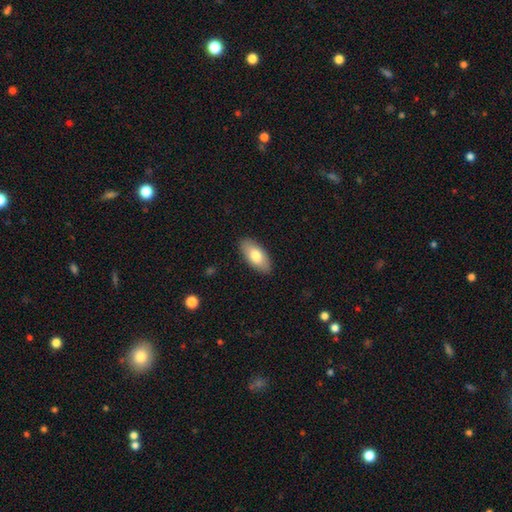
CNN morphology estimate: A smooth galaxy with no disk features (77%) that is in between round and cigar-shaped (91%).

Vote fractions:
- Smooth or featured? smooth: 77% / featured or disk: 17% / star or artifact: 6%
- How rounded? in between: 91% / cigar-shaped: 7% / round: 2%
- Merging? none: 88% / minor disturbance: 9% / major disturbance: 2% / merger: 1%